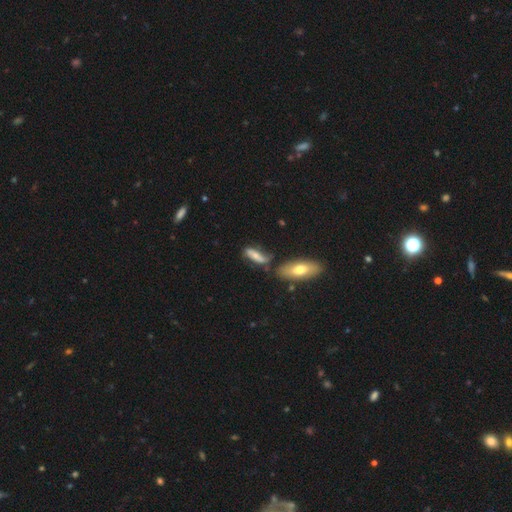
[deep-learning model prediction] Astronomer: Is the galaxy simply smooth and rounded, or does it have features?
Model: smooth — 56% (runner-up: featured or disk, 35%).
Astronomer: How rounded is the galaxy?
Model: in between — 52% (runner-up: cigar-shaped, 45%).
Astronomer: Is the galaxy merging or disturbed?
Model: none — 48% (runner-up: minor disturbance, 24%).